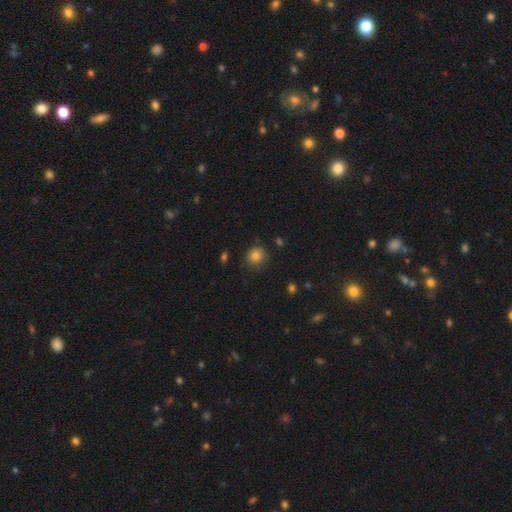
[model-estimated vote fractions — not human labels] Overall: smooth (81%). How rounded: round (88%). Merging: none (84%).